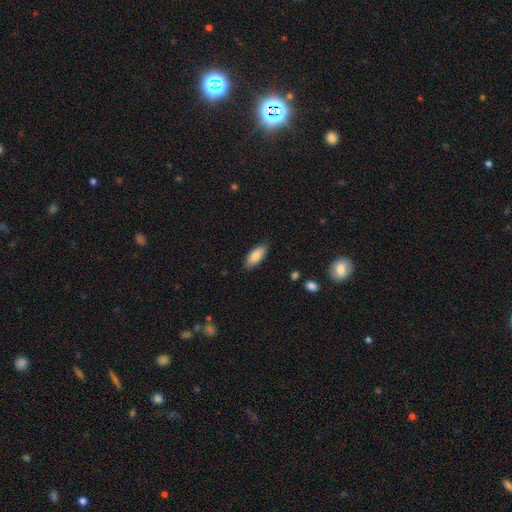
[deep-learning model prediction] Morphology: type=smooth (84%); roundness=in between (82%); merging=none (85%).